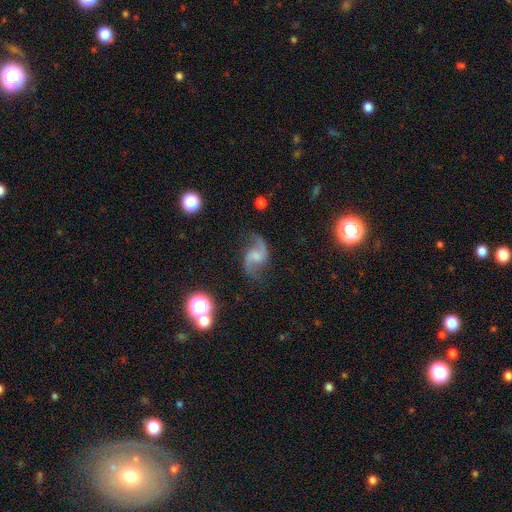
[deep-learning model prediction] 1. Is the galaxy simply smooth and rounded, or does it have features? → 86% featured or disk, 7% star or artifact, 7% smooth.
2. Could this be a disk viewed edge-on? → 98% no, 2% yes.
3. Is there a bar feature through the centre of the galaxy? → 45% weak, 43% no, 12% strong.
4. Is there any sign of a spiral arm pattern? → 97% yes, 3% no.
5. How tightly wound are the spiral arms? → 73% loose, 23% medium, 4% tight.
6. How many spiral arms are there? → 93% 2, 2% 1, 2% can't tell, 1% 3, 1% 4, 1% more than 4.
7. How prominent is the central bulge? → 38% none, 26% small, 26% moderate, 8% large, 2% dominant.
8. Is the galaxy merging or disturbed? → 75% none, 15% minor disturbance, 7% major disturbance, 2% merger.